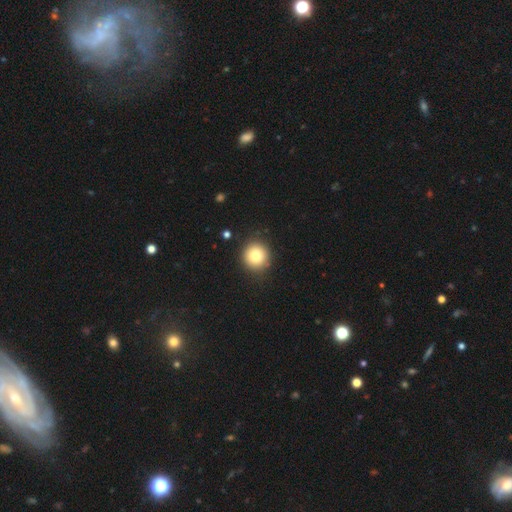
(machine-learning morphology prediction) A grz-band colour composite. It shows a smooth galaxy with no disk features (78%) that is round (94%). Merging: none (89%).